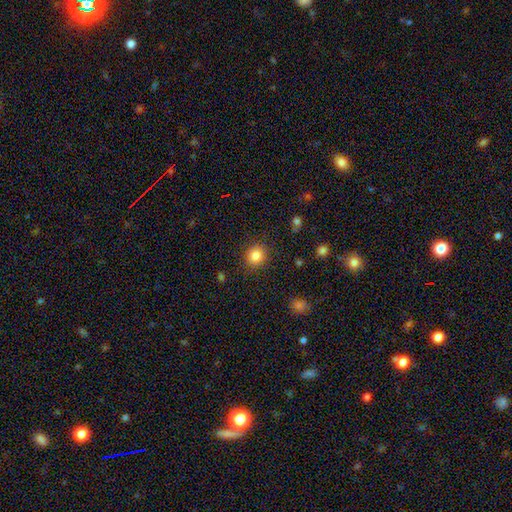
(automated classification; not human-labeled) smooth-or-featured: smooth: 84% | star or artifact: 11% | featured or disk: 5%
  how-rounded: round: 85% | in between: 15% | cigar-shaped: 1%
  merging: none: 89% | minor disturbance: 8% | major disturbance: 2% | merger: 1%